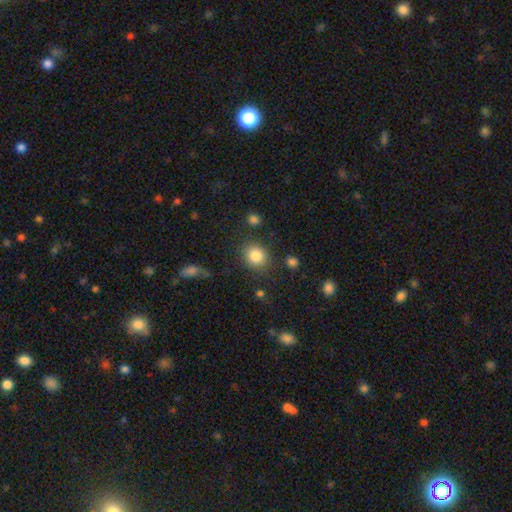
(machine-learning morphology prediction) A smooth galaxy with no disk features (84%) that is round (75%). Merging: none (83%).